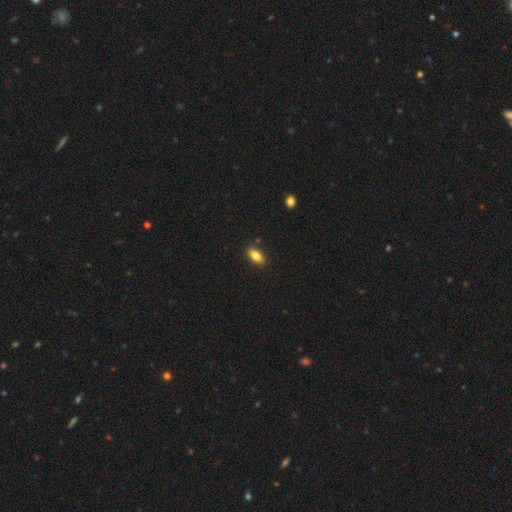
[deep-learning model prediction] Smooth or featured? smooth (81%)
How rounded? in between (88%)
Merging? none (87%)